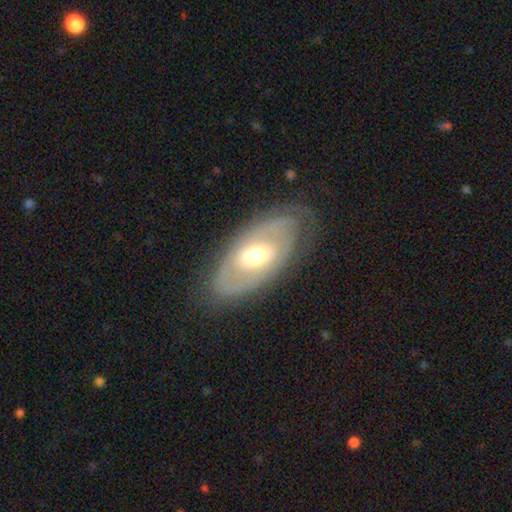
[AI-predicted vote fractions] A featured or disk galaxy (64%) with no bar (53%), no spiral arms (51%) and a moderate central bulge (69%). Merging: none (74%).